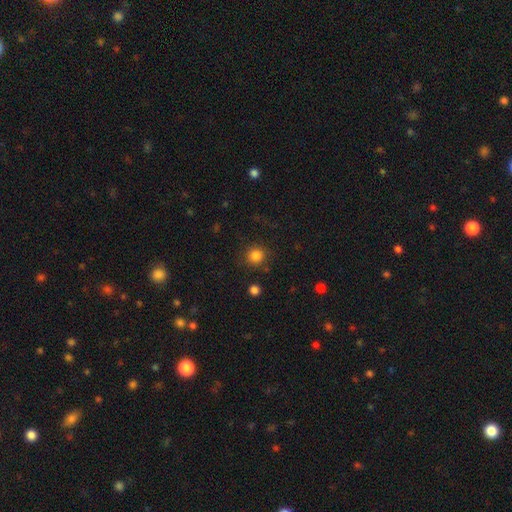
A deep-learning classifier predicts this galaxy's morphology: The model was most divided on "smooth or featured": smooth: 83%, star or artifact: 12%, featured or disk: 4%. More confident: how rounded — round (92%); merging — none (85%).